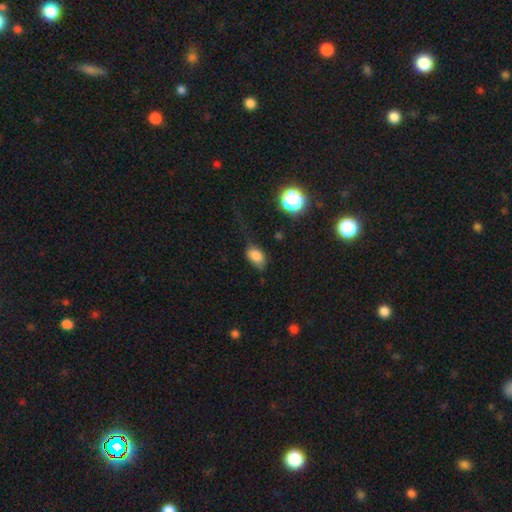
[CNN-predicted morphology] A smooth galaxy with no disk features (81%) that is in between round and cigar-shaped (86%).

Vote fractions:
- Smooth or featured? smooth: 81% / star or artifact: 11% / featured or disk: 8%
- How rounded? in between: 86% / round: 12% / cigar-shaped: 2%
- Merging? none: 52% / minor disturbance: 30% / major disturbance: 16% / merger: 3%